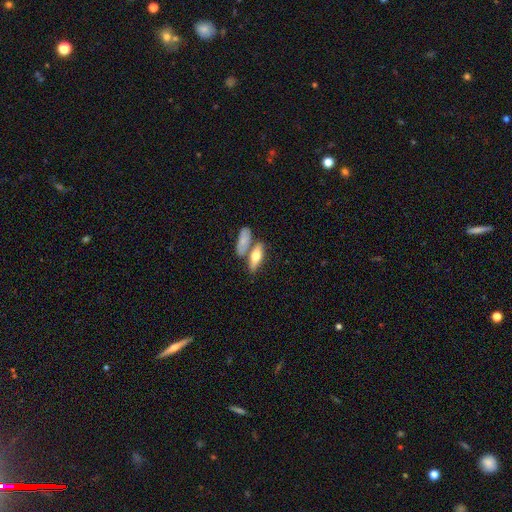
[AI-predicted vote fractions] This is likely a smooth galaxy (61%). How rounded: likely in between (61%). Merging: possibly none (51%).